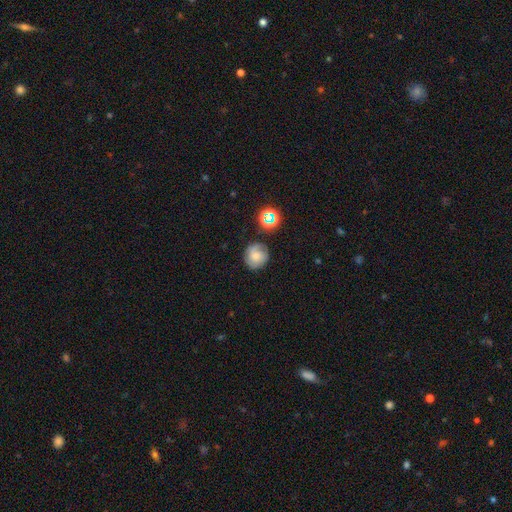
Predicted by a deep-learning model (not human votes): smooth-or-featured: smooth: 48% | featured or disk: 39% | star or artifact: 12%
  merging: none: 76% | minor disturbance: 15% | major disturbance: 5% | merger: 4%